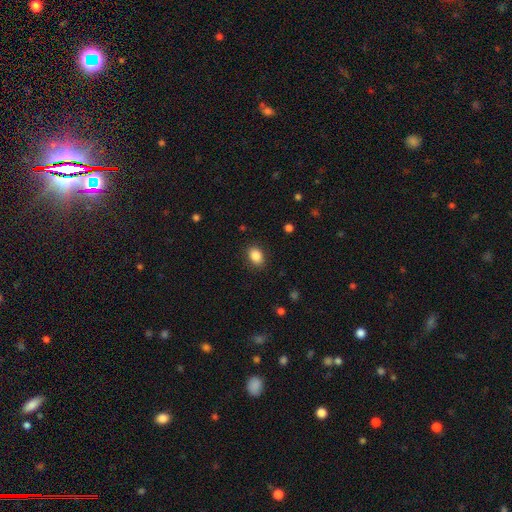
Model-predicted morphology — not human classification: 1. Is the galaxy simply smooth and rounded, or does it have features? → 87% smooth, 9% star or artifact, 4% featured or disk.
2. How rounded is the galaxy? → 76% in between, 23% round, 1% cigar-shaped.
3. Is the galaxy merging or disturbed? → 87% none, 9% minor disturbance, 3% major disturbance, 1% merger.